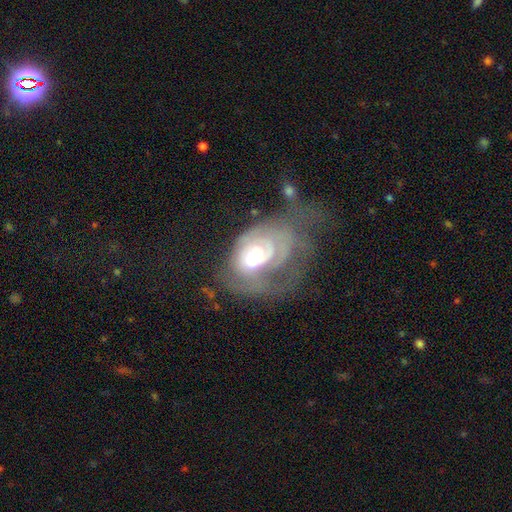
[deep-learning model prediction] This appears to be a featured or disk galaxy (74%) with no bar (70%), tight (58%) spiral arms (73%) and a moderate central bulge (60%). Merging: major disturbance (38%).